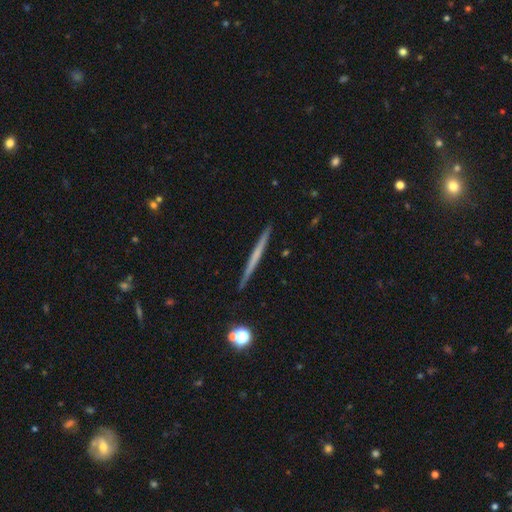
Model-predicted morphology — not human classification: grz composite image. It shows a featured or disk galaxy (56%) viewed edge-on (98%) with no central bulge (89%). Merging: none (92%).